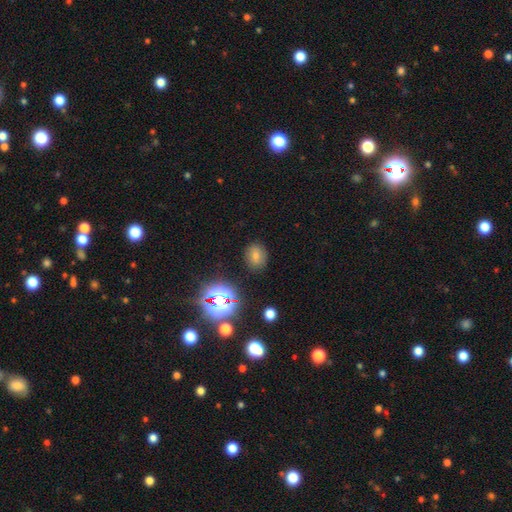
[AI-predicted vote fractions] Smooth or featured?
  - smooth: 54% *
  - star or artifact: 35%
  - featured or disk: 11%
How rounded?
  - round: 59% *
  - in between: 39%
  - cigar-shaped: 1%
Merging?
  - none: 85% *
  - minor disturbance: 10%
  - major disturbance: 3%
  - merger: 2%